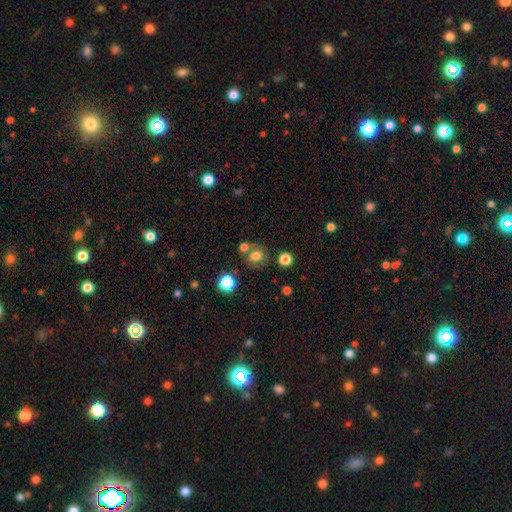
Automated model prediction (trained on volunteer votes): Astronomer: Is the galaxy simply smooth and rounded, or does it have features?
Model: smooth — 74%.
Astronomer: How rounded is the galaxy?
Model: round — 76%.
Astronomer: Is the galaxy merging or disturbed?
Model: none — 65%.